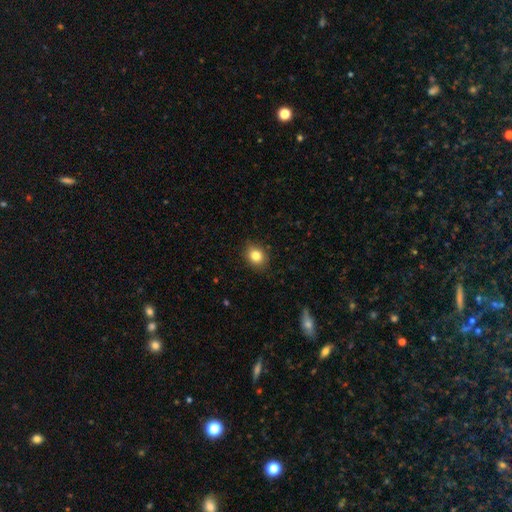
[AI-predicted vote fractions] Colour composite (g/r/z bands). It shows a smooth galaxy with no disk features (83%) that is round (57%). Merging: none (87%).